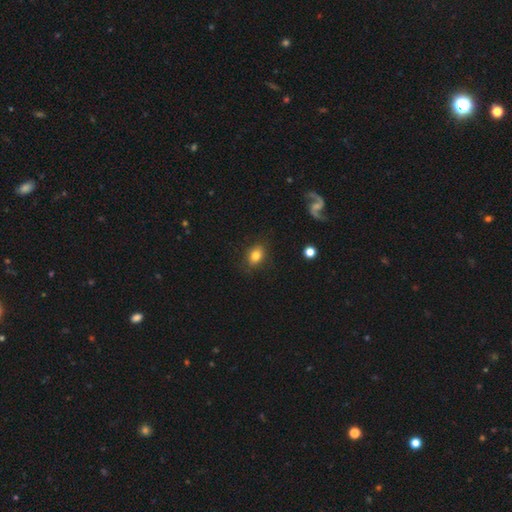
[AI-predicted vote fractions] smooth_or_featured: smooth (p=0.80) [alt: star or artifact p=0.10]
how_rounded: in between (p=0.67) [alt: round p=0.32]
merging: none (p=0.83) [alt: minor disturbance p=0.12]